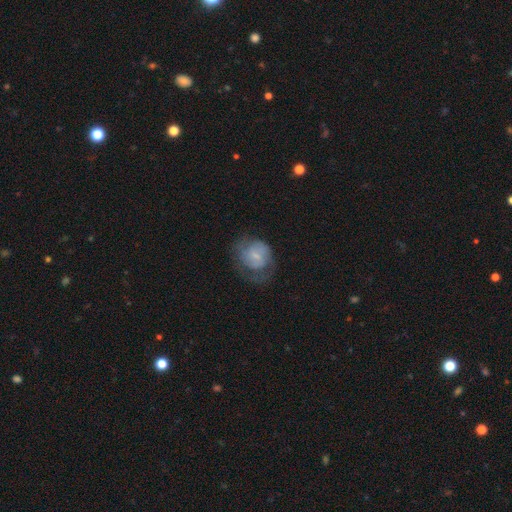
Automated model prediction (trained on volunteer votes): Smooth or featured?
  - featured or disk: 50% *
  - smooth: 42%
  - star or artifact: 8%
Edge-on disk?
  - no: 98% *
  - yes: 2%
Merging?
  - none: 45% *
  - major disturbance: 29%
  - minor disturbance: 24%
  - merger: 2%